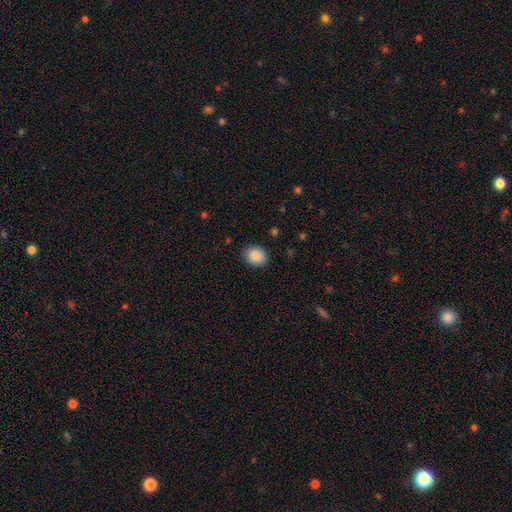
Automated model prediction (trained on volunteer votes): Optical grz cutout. It shows a smooth galaxy with no disk features (87%) that is round (57%). Merging: none (88%).